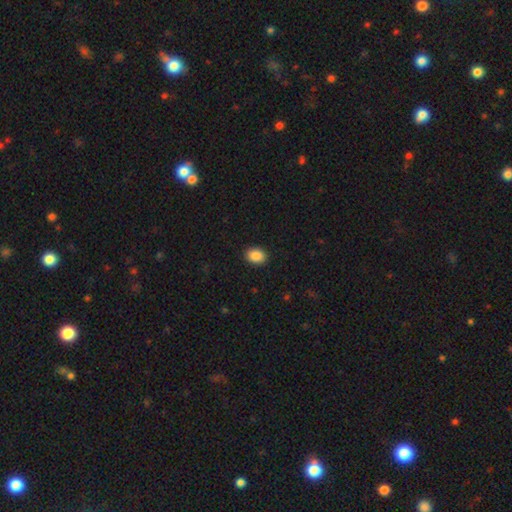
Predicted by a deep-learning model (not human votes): Overall: smooth (88%). How rounded: in between (67%; round 32%). Merging: none (91%).